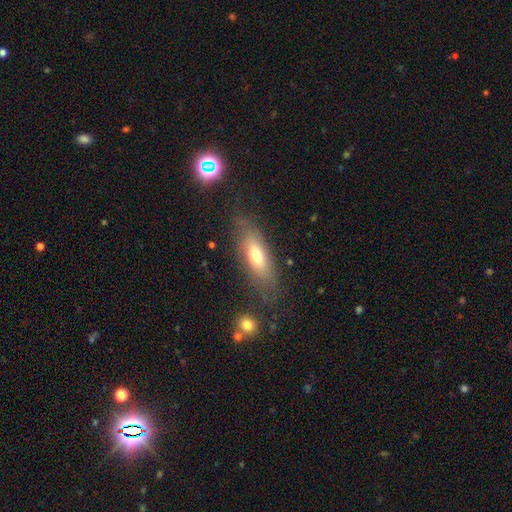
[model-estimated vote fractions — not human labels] A smooth galaxy with no disk features (66%) that is in between round and cigar-shaped (68%).

Vote fractions:
- Smooth or featured? smooth: 66% / featured or disk: 26% / star or artifact: 8%
- How rounded? in between: 68% / cigar-shaped: 29% / round: 4%
- Merging? none: 73% / minor disturbance: 17% / major disturbance: 8% / merger: 3%